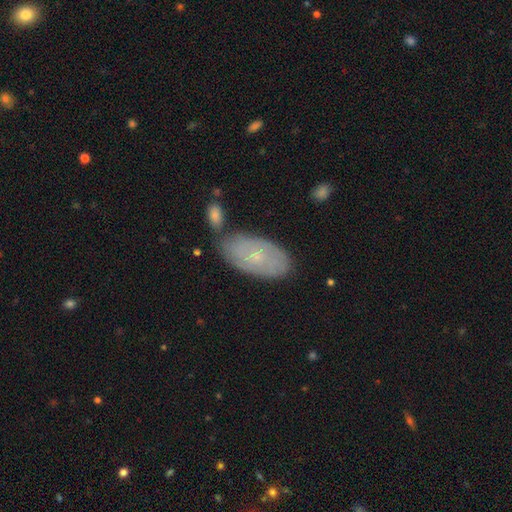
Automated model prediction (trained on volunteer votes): featured or disk 51%, smooth 41%, star or artifact 8%. Down the decision tree: edge-on disk — no (91%); merging — none (66%).